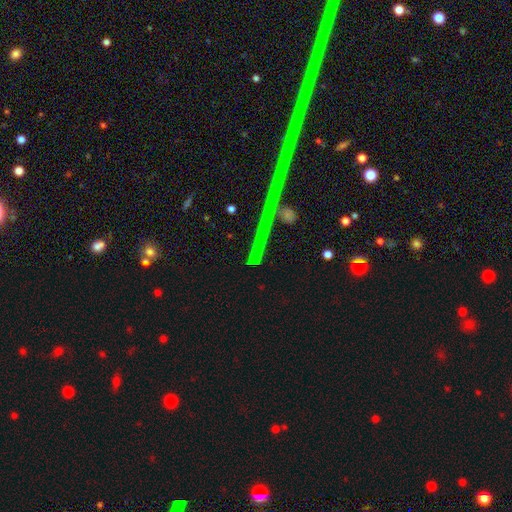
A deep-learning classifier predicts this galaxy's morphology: type=star or artifact (67%).